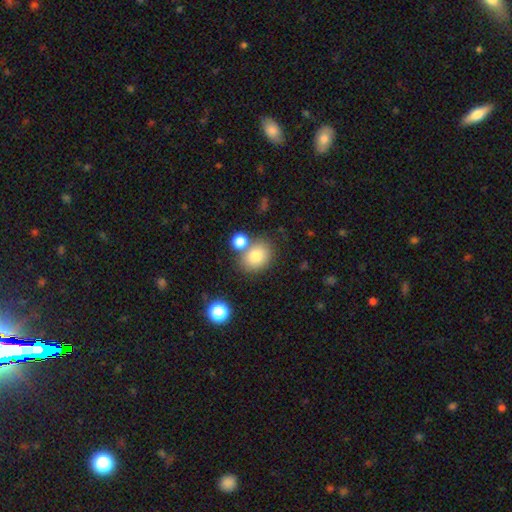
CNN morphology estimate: This is likely a smooth galaxy (79%). How rounded: possibly round (55%). Merging: likely none (64%).